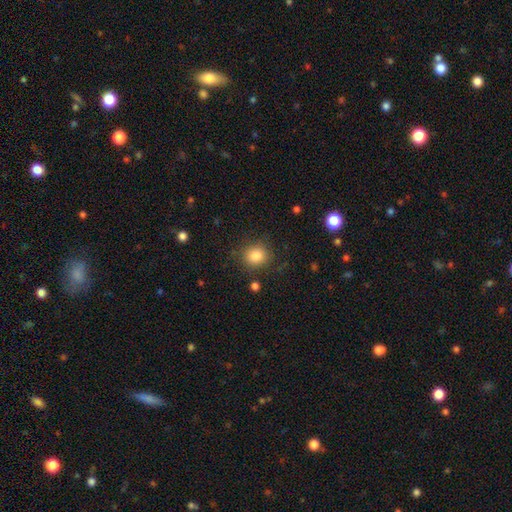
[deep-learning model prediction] Overall: smooth (85%). How rounded: round (78%). Merging: none (83%).